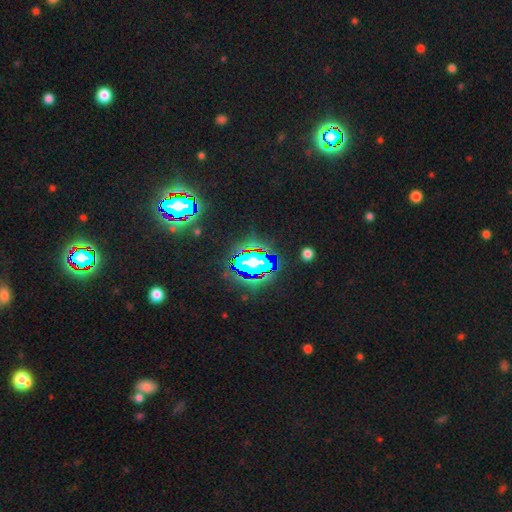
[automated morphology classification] Smooth or featured: star or artifact — 67% (smooth — 17%)